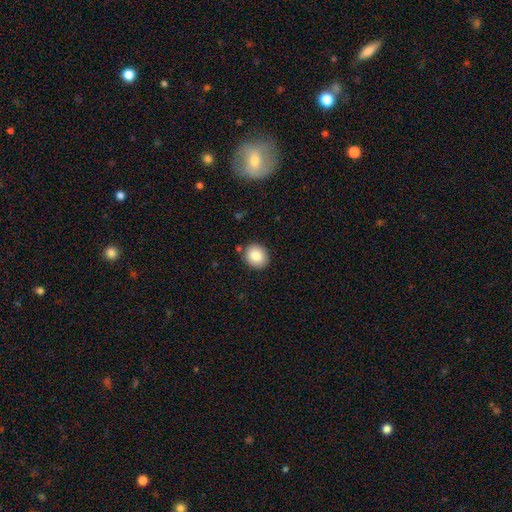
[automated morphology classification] This is clearly a smooth galaxy (85%). How rounded: likely round (70%). Merging: clearly none (86%).